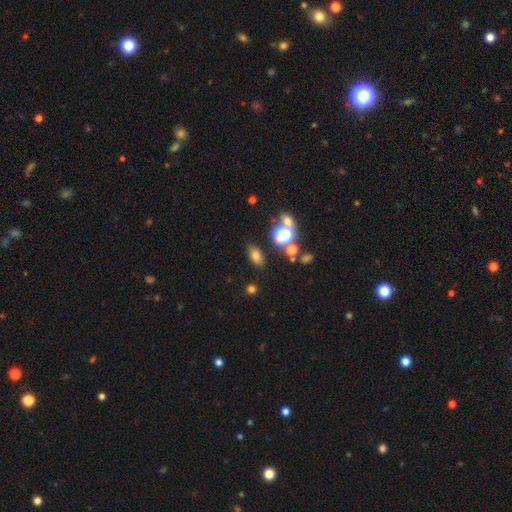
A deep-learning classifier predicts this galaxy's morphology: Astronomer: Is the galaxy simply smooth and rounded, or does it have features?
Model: smooth — 71%.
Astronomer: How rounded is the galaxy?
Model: in between — 82%.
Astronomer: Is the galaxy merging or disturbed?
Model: none — 80%.